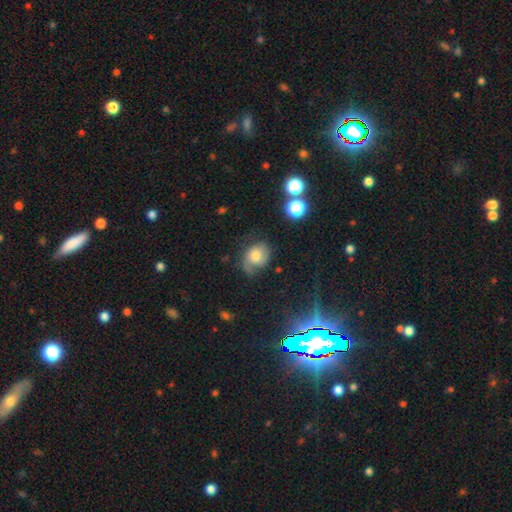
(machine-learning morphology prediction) Smooth or featured? smooth (49%)
Merging? none (51%)